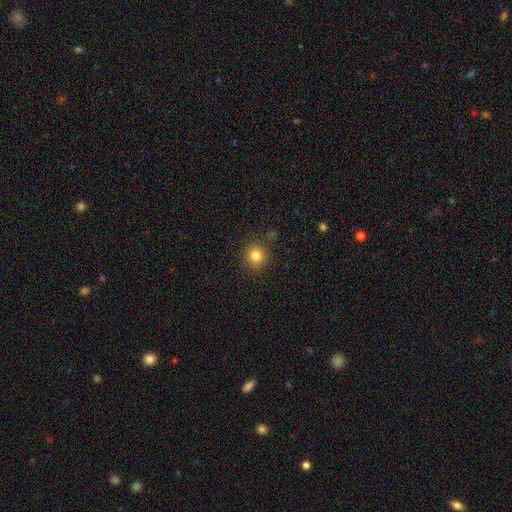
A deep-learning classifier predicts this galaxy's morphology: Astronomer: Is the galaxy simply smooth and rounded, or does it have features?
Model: smooth — 82%.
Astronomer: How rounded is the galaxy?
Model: round — 91%.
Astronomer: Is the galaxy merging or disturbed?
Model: none — 86%.